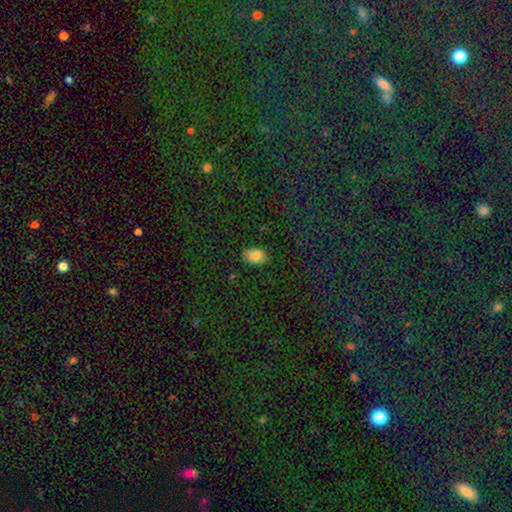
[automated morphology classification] Smooth or featured?
  - smooth: 83% *
  - star or artifact: 10%
  - featured or disk: 7%
How rounded?
  - in between: 84% *
  - round: 15%
  - cigar-shaped: 1%
Merging?
  - none: 82% *
  - minor disturbance: 15%
  - major disturbance: 3%
  - merger: 1%